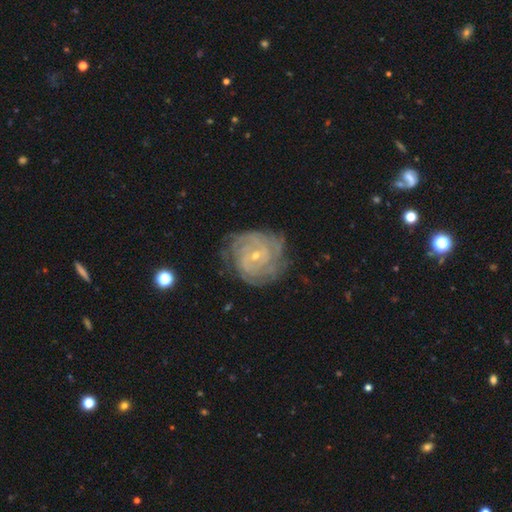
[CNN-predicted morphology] smooth_or_featured: featured or disk (p=0.85) [alt: smooth p=0.08]
disk_edge_on: no (p=0.97) [alt: yes p=0.03]
bar: no (p=0.56) [alt: weak p=0.35]
has_spiral_arms: yes (p=0.96) [alt: no p=0.04]
spiral_winding: tight (p=0.78) [alt: medium p=0.19]
spiral_arm_count: can't tell (p=0.33) [alt: 2 p=0.18]
bulge_size: small (p=0.76) [alt: moderate p=0.21]
merging: none (p=0.75) [alt: minor disturbance p=0.17]